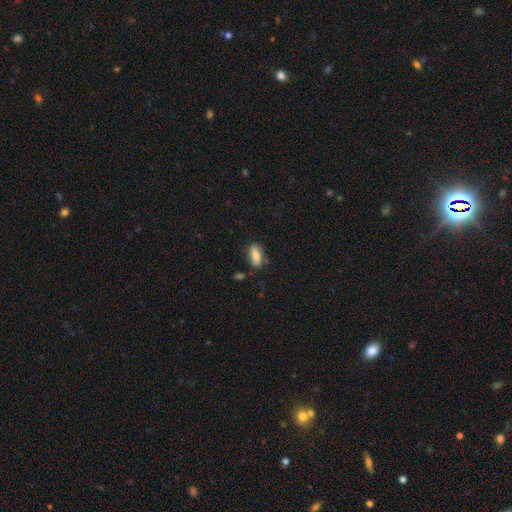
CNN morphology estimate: Smooth or featured?
  - smooth: 76% *
  - featured or disk: 17%
  - star or artifact: 8%
How rounded?
  - in between: 78% *
  - cigar-shaped: 18%
  - round: 4%
Merging?
  - none: 72% *
  - minor disturbance: 19%
  - major disturbance: 5%
  - merger: 4%